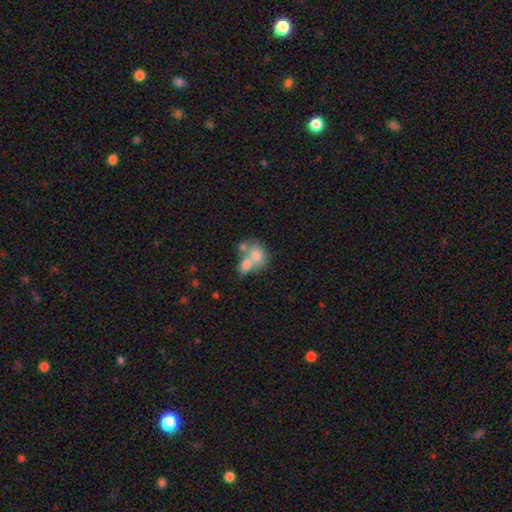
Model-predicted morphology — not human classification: Smooth or featured: smooth — 69% (featured or disk — 22%)
How rounded: in between — 58% (round — 40%)
Merging: merger — 64% (none — 22%)